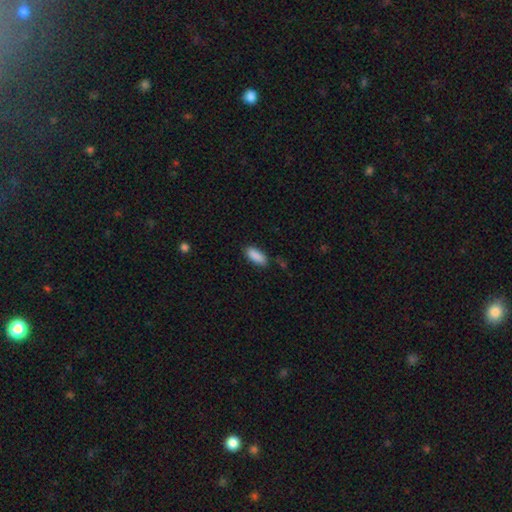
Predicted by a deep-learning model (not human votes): Morphology: type=smooth (90%); roundness=in between (80%); merging=none (81%).